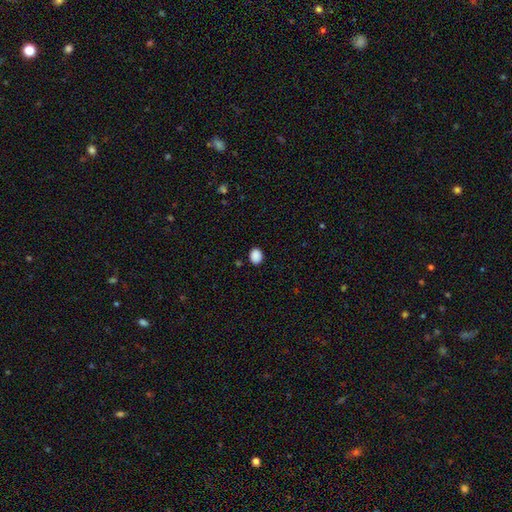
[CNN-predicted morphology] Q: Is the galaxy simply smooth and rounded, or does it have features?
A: smooth — 89%.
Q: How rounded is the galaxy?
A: in between — 54%.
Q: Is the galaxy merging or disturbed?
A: none — 88%.